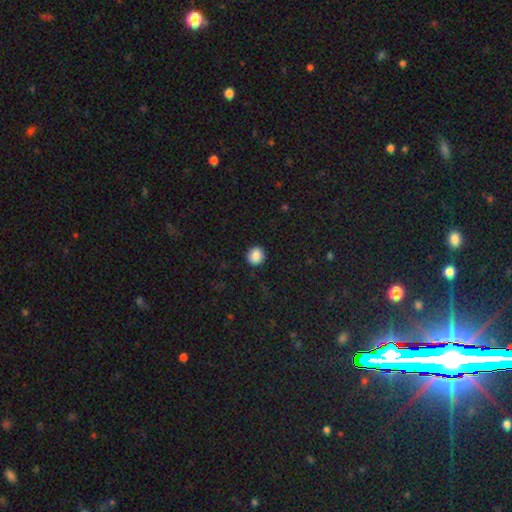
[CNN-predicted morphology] Overall: smooth (87%). How rounded: round (90%). Merging: none (91%).